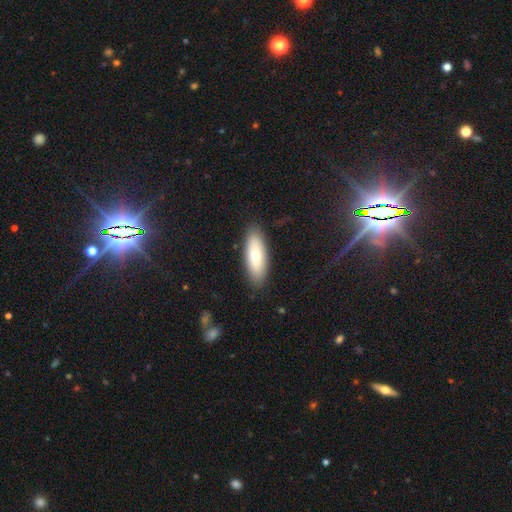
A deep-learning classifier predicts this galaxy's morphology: Smooth or featured? smooth (73%)
How rounded? in between (69%)
Merging? none (87%)